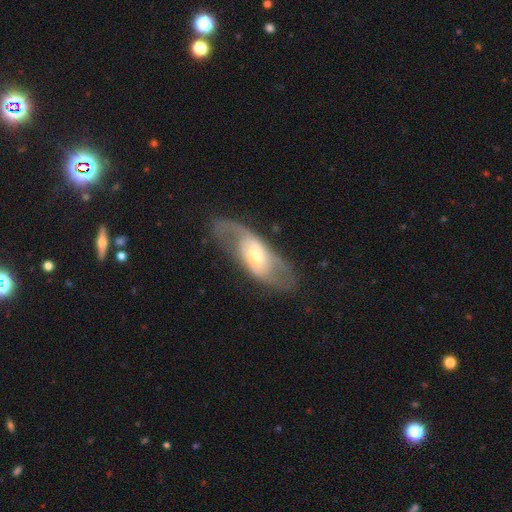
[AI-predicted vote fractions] smooth-or-featured: featured or disk: 71% | smooth: 23% | star or artifact: 6%
  disk-edge-on: no: 88% | yes: 12%
    bar: no: 54% | weak: 31% | strong: 15%
    has-spiral-arms: yes: 73% | no: 27%
    bulge-size: moderate: 53% | small: 36% | large: 8% | dominant: 1% | none: 1%
  merging: none: 60% | minor disturbance: 19% | major disturbance: 18% | merger: 2%